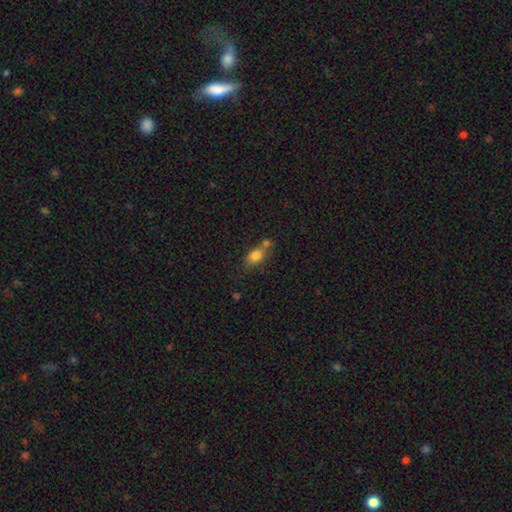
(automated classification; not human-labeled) Smooth or featured?
  - smooth: 79% *
  - featured or disk: 11%
  - star or artifact: 10%
How rounded?
  - in between: 70% *
  - round: 25%
  - cigar-shaped: 5%
Merging?
  - none: 44% *
  - merger: 34%
  - minor disturbance: 16%
  - major disturbance: 6%